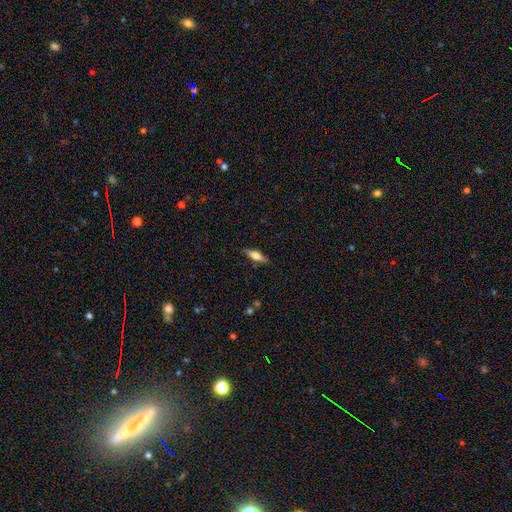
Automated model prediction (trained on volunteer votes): This is possibly a featured or disk galaxy (47%). Merging: clearly none (85%).